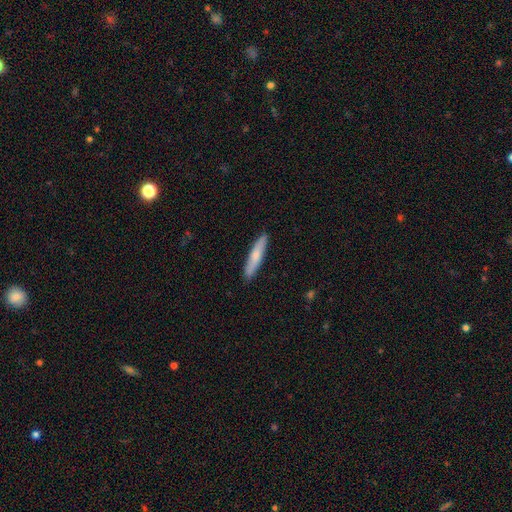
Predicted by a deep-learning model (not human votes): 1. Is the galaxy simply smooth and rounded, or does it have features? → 66% smooth, 29% featured or disk, 5% star or artifact.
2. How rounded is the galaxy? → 89% cigar-shaped, 9% in between, 1% round.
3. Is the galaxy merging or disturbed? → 90% none, 7% minor disturbance, 1% major disturbance, 1% merger.